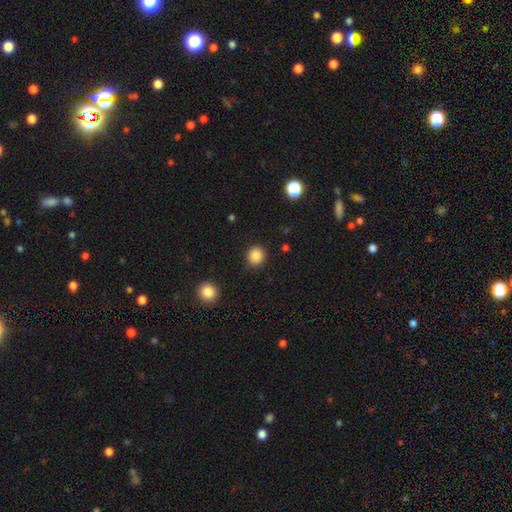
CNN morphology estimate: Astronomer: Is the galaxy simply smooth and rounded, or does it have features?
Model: smooth — 87%.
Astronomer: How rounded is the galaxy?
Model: round — 86%.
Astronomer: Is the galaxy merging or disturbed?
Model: none — 89%.